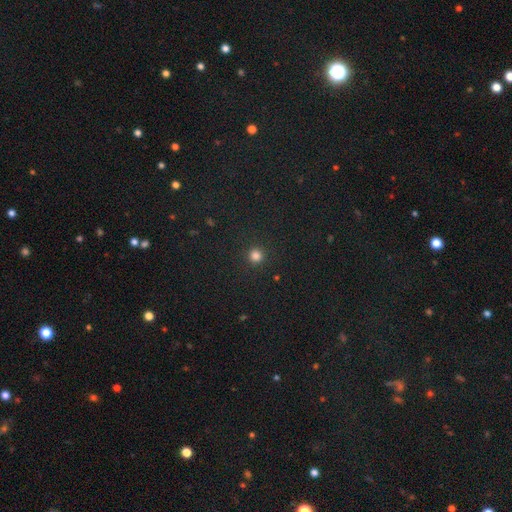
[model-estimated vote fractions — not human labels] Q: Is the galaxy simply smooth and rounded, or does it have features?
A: smooth — 83%.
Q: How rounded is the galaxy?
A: round — 94%.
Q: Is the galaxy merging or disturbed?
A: none — 91%.